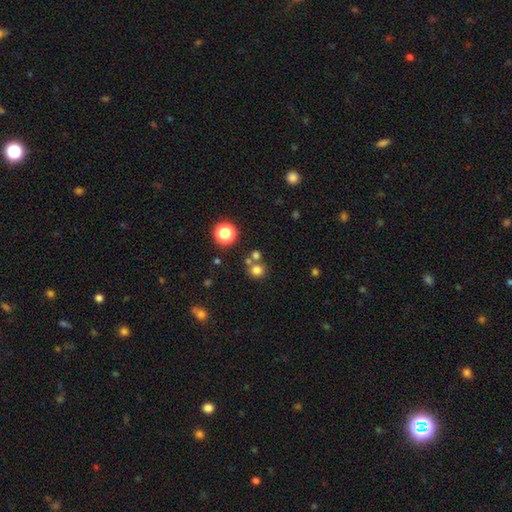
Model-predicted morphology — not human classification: smooth_or_featured: smooth (p=0.47) [alt: star or artifact p=0.44]
merging: none (p=0.69) [alt: merger p=0.19]